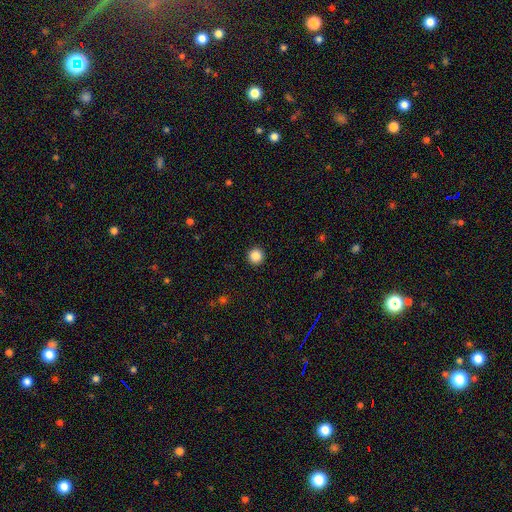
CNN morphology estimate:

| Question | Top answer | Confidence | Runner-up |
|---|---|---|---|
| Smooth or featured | smooth | 86% | star or artifact (10%) |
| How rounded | round | 96% | in between (3%) |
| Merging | none | 94% | minor disturbance (4%) |